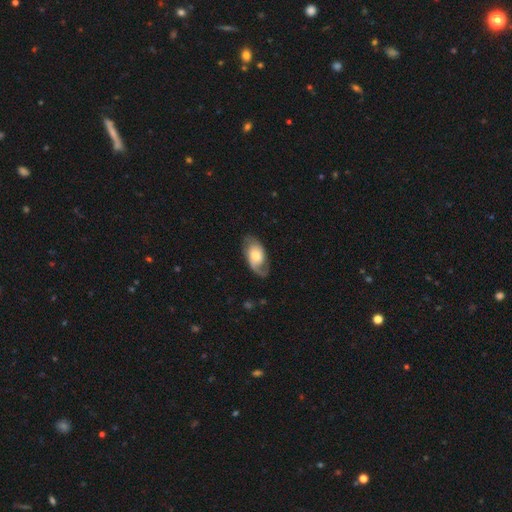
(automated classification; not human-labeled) Morphology: type=featured or disk (68%); edge-on=no (94%); bar=no (65%); spiral arms=yes (89%); winding=medium (42%); arm count=2 (68%); bulge=moderate (59%); merging=none (70%).